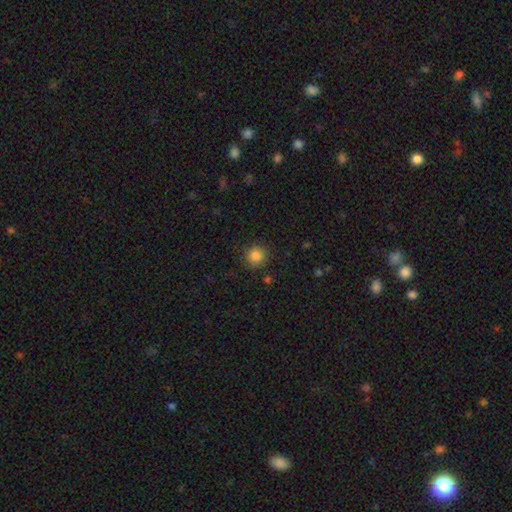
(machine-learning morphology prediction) This is clearly a smooth galaxy (85%). How rounded: clearly round (94%). Merging: clearly none (90%).